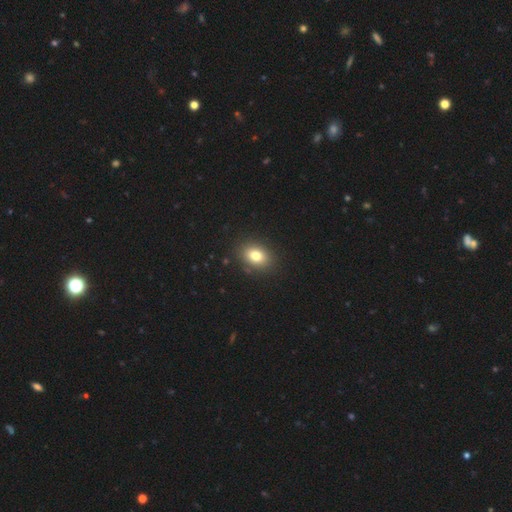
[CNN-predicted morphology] type=smooth (79%); roundness=in between (69%); merging=none (88%).